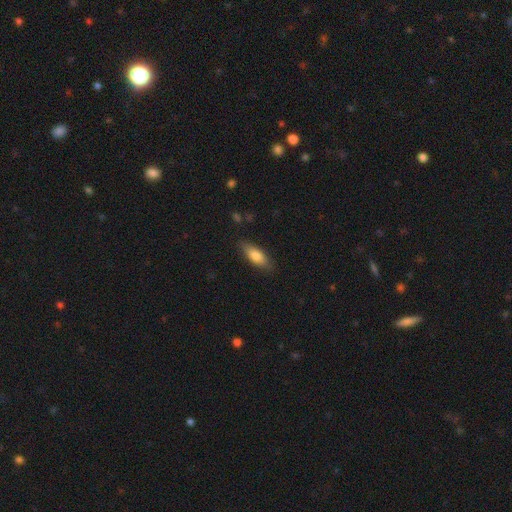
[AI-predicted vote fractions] Smooth or featured? Predicted: smooth (p=0.79). How rounded? Predicted: in between (p=0.72). Merging? Predicted: none (p=0.82).